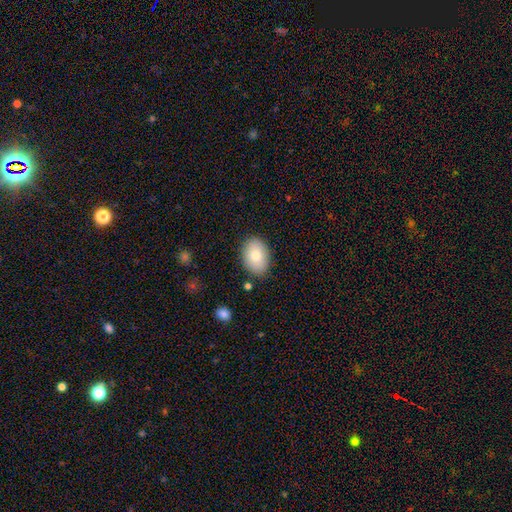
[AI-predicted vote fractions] Smooth or featured? smooth (79%)
How rounded? in between (81%)
Merging? none (85%)